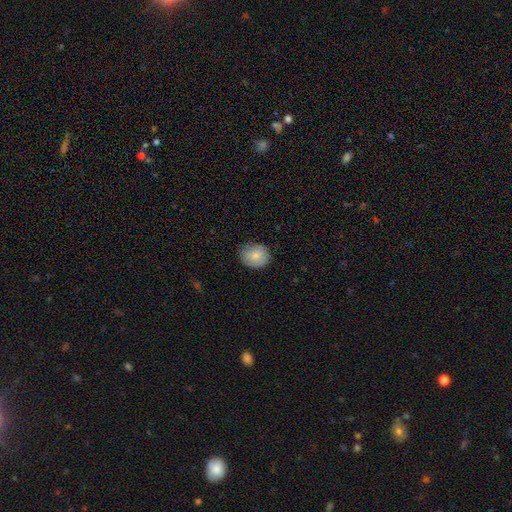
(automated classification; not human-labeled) Smooth or featured? smooth (80%)
How rounded? round (68%)
Merging? none (81%)